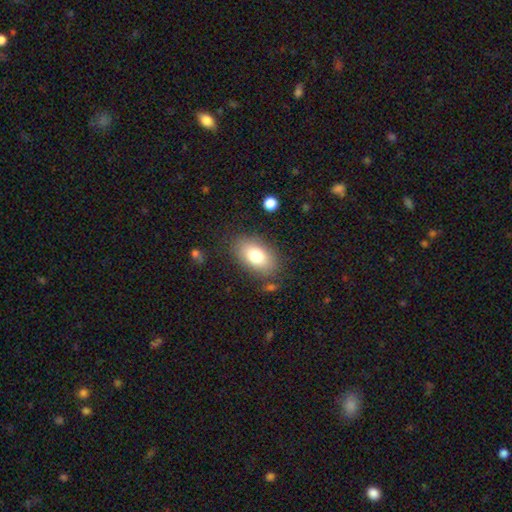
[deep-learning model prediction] The model was most divided on "smooth or featured": smooth: 78%, featured or disk: 14%, star or artifact: 8%. More confident: how rounded — in between (90%); merging — none (81%).